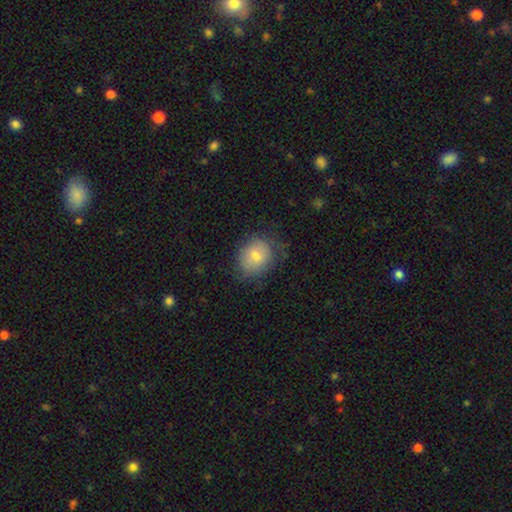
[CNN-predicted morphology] Overall: smooth (75%). How rounded: round (62%; in between 37%). Merging: none (71%).